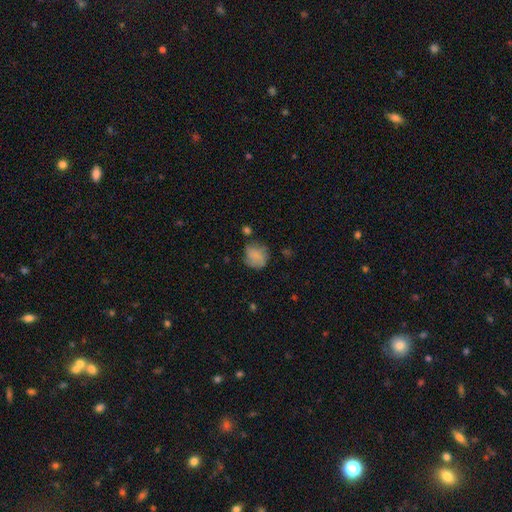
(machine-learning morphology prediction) A smooth galaxy with no disk features (73%) that is round (65%).

Vote fractions:
- Smooth or featured? smooth: 73% / featured or disk: 17% / star or artifact: 10%
- How rounded? round: 65% / in between: 34% / cigar-shaped: 1%
- Merging? none: 56% / minor disturbance: 27% / major disturbance: 12% / merger: 4%